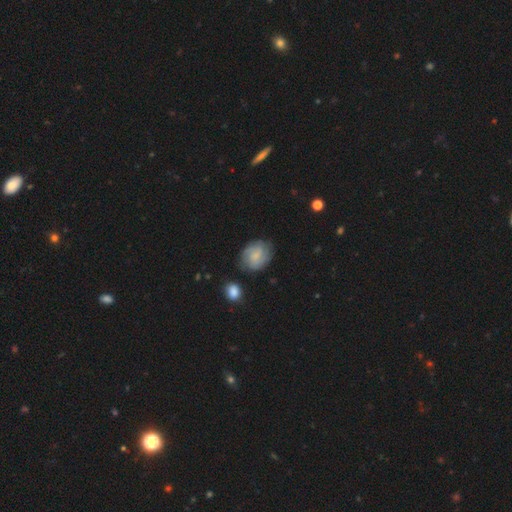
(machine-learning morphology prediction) Overall: smooth (49%; featured or disk 43%). Merging: none (73%).